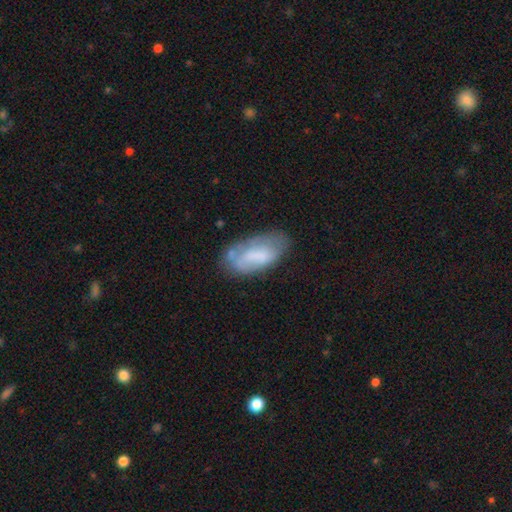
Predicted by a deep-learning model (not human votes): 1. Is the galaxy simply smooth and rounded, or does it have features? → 57% smooth, 35% featured or disk, 8% star or artifact.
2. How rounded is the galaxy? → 91% in between, 6% cigar-shaped, 2% round.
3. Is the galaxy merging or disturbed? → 49% none, 29% minor disturbance, 14% major disturbance, 8% merger.